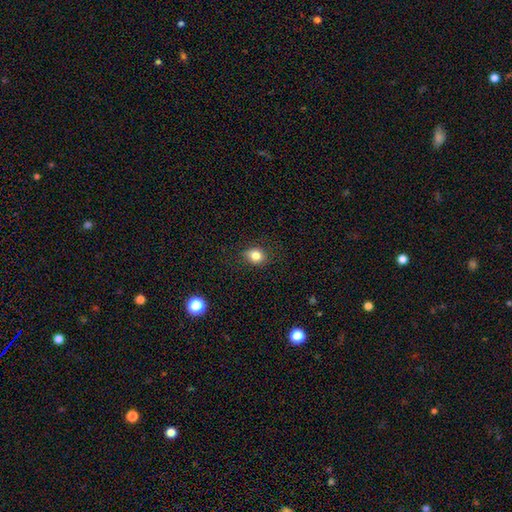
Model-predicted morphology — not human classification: Q: Smooth or featured?
A: smooth (82%); runner-up: star or artifact (12%)
Q: How rounded?
A: round (65%); runner-up: in between (34%)
Q: Merging?
A: none (82%); runner-up: minor disturbance (13%)